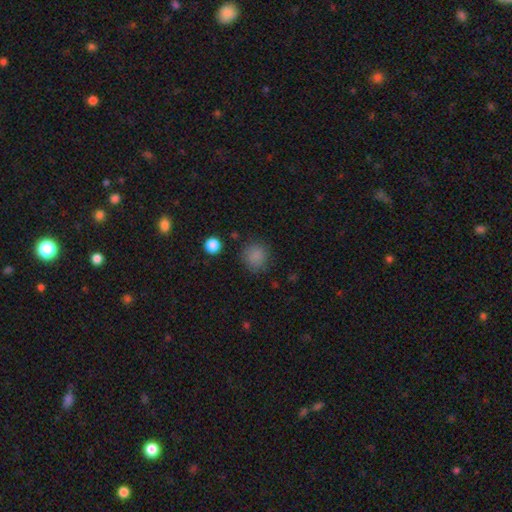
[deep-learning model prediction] Smooth or featured? Predicted: smooth (p=0.84). How rounded? Predicted: round (p=0.87). Merging? Predicted: none (p=0.83).